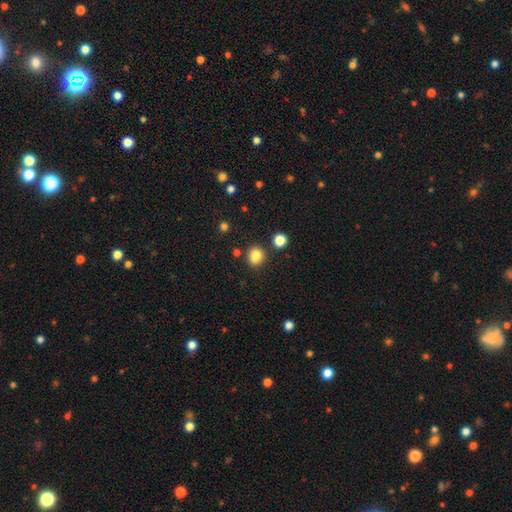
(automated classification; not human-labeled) Smooth or featured: smooth — 84% (star or artifact — 11%)
How rounded: round — 77% (in between — 22%)
Merging: none — 85% (minor disturbance — 8%)